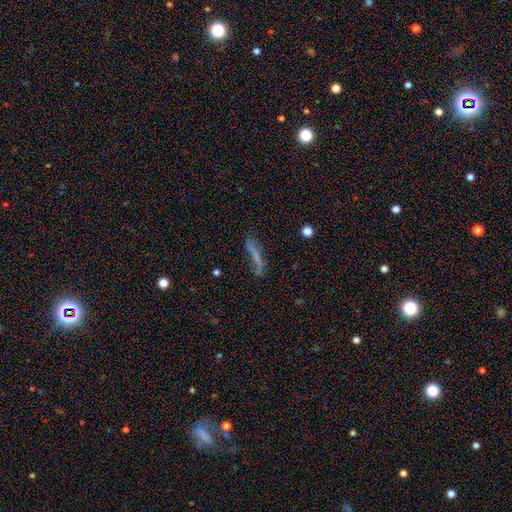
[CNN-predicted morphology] This is possibly a smooth galaxy (55%). How rounded: clearly cigar-shaped (82%). Merging: possibly none (52%).